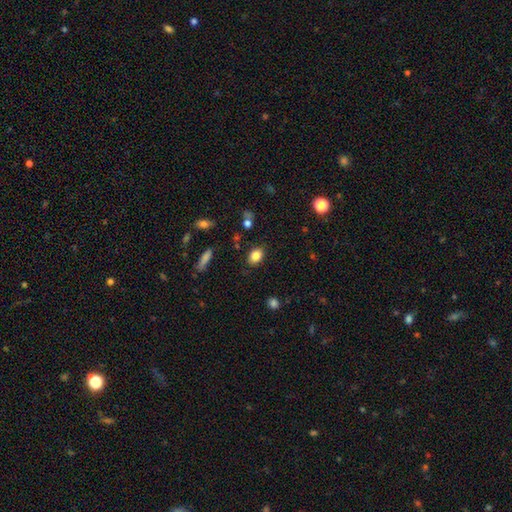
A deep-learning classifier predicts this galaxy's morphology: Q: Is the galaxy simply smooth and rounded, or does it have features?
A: smooth — 83%.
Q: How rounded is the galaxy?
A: in between — 72%.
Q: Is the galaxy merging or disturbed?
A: none — 84%.